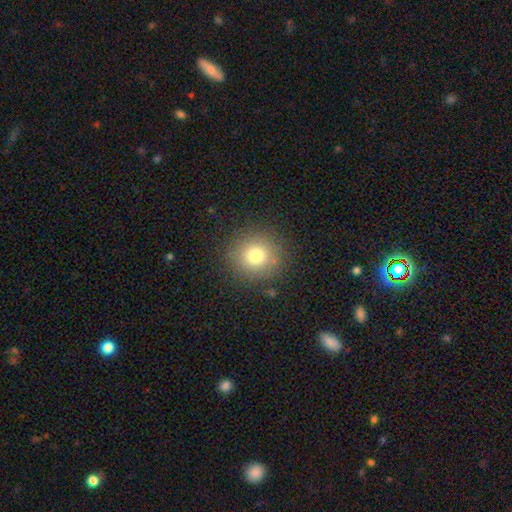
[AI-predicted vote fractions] A smooth galaxy with no disk features (77%) that is round (92%). Merging: none (87%).